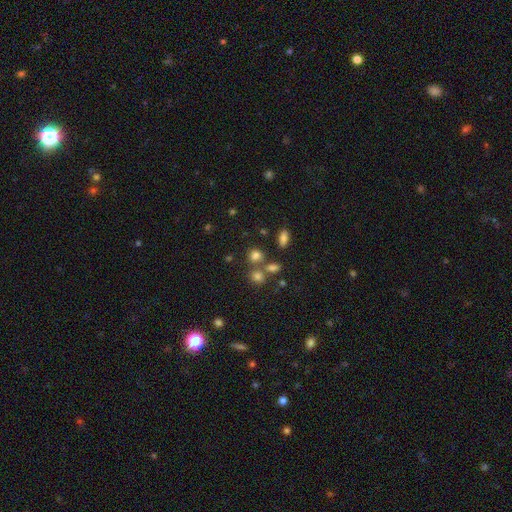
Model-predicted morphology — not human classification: A smooth galaxy with no disk features (76%) that is round (70%). Merging: none (62%).